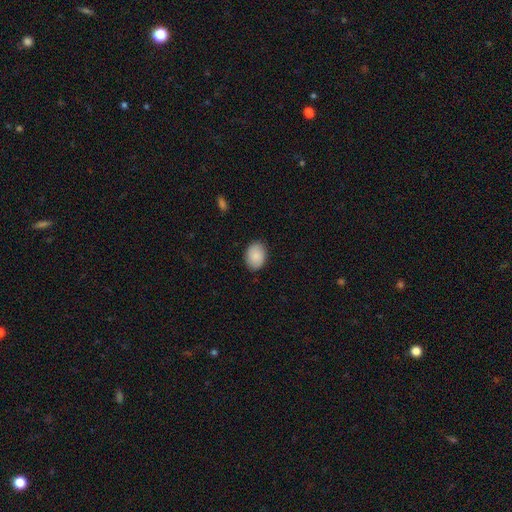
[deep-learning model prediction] A smooth galaxy with no disk features (86%) that is in between round and cigar-shaped (72%). Merging: none (87%).